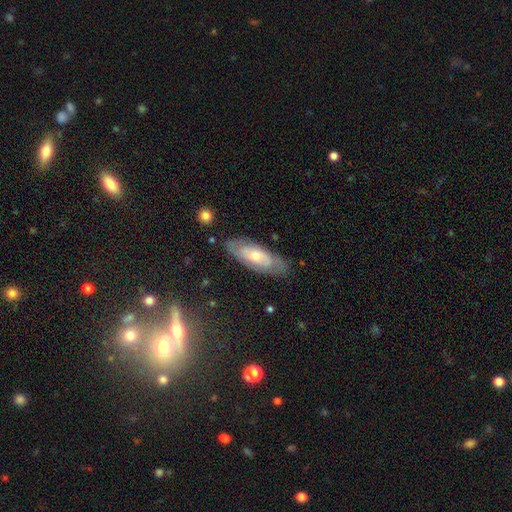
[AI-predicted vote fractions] A featured or disk galaxy (59%). Merging: none (79%).